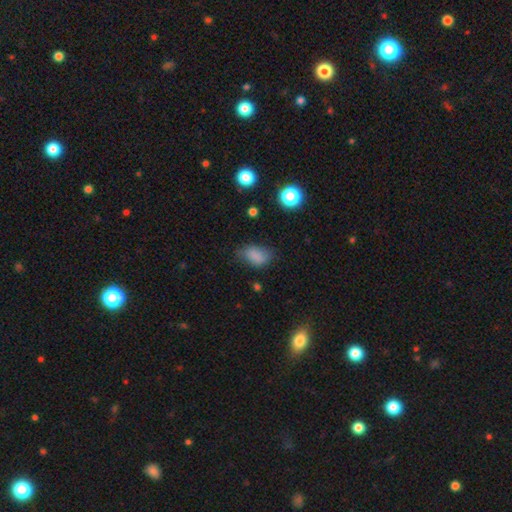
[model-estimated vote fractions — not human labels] Smooth or featured?
  - smooth: 82% *
  - star or artifact: 11%
  - featured or disk: 7%
How rounded?
  - in between: 87% *
  - round: 11%
  - cigar-shaped: 2%
Merging?
  - none: 63% *
  - minor disturbance: 27%
  - major disturbance: 8%
  - merger: 2%